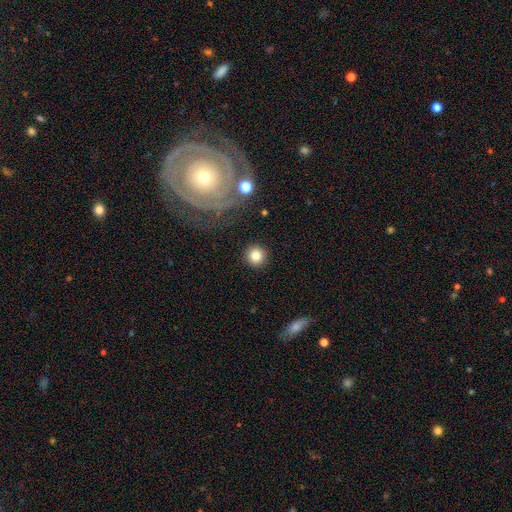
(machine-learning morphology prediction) Smooth or featured? smooth (83%)
How rounded? round (94%)
Merging? none (91%)